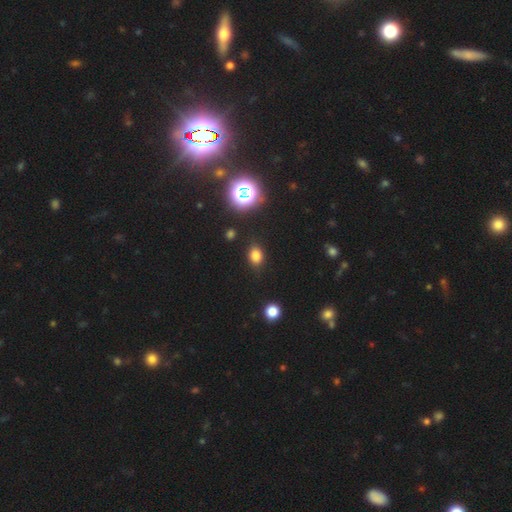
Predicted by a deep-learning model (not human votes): Overall: smooth (77%). How rounded: in between (64%; round 34%). Merging: none (84%).